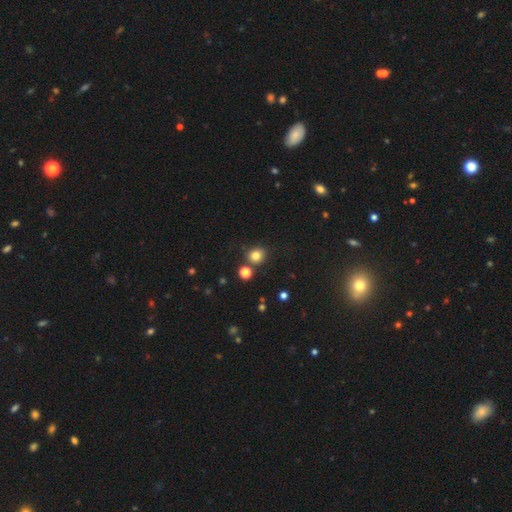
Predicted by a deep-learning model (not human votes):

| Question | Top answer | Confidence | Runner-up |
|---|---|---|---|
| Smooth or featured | smooth | 80% | star or artifact (14%) |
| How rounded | round | 84% | in between (15%) |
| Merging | none | 80% | minor disturbance (9%) |